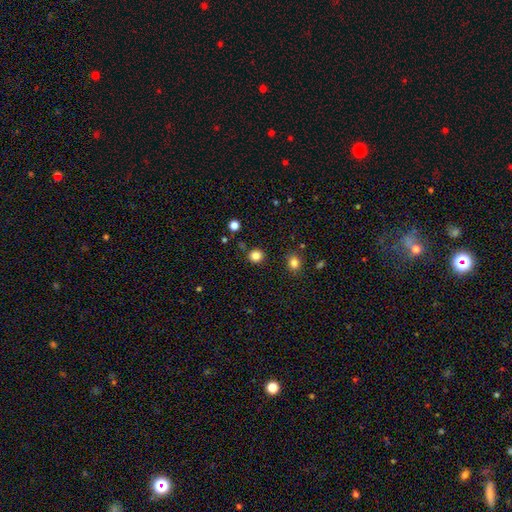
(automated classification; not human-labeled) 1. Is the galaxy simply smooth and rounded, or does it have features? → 84% smooth, 13% star or artifact, 4% featured or disk.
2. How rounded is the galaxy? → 88% round, 11% in between, 1% cigar-shaped.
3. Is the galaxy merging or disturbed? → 88% none, 7% minor disturbance, 3% merger, 2% major disturbance.